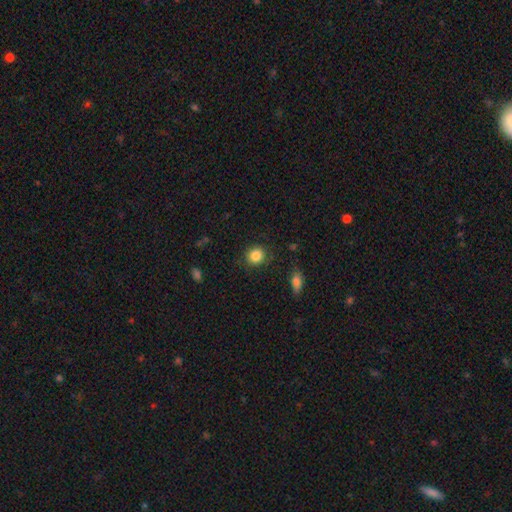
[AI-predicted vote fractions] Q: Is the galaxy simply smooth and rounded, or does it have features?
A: smooth — 85%.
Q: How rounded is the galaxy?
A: round — 83%.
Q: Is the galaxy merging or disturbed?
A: none — 84%.